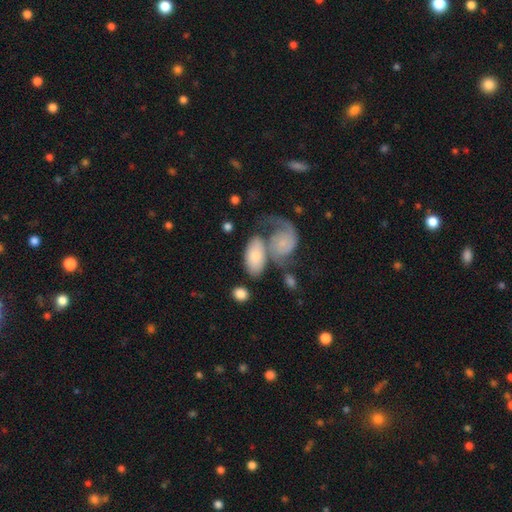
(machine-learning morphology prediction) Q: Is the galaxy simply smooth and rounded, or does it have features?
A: smooth — 61%.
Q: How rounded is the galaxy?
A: in between — 91%.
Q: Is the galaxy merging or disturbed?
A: merger — 38%.